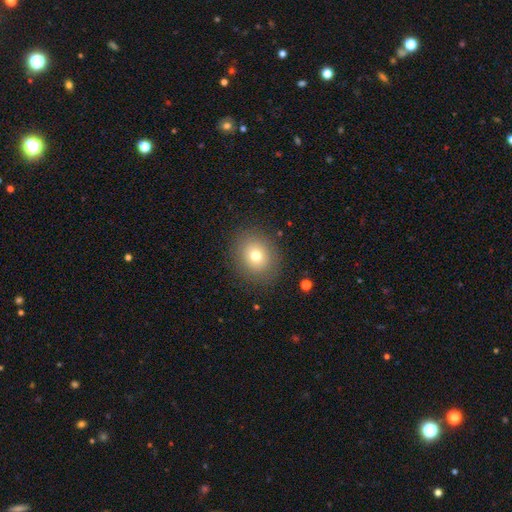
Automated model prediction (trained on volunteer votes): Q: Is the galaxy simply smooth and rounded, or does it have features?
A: smooth — 74%.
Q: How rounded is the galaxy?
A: round — 69%.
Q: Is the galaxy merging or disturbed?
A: none — 86%.